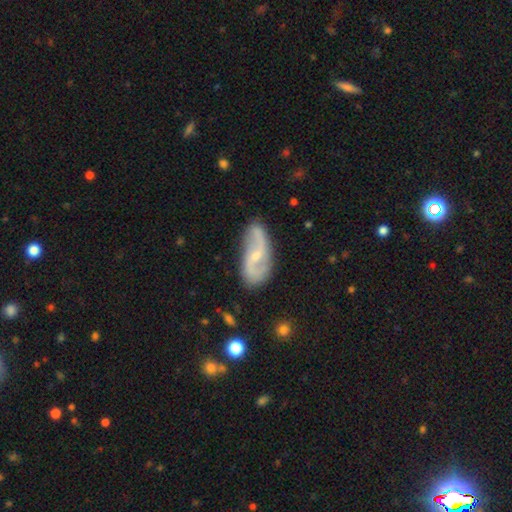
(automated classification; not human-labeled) Smooth or featured? featured or disk (83%)
Edge-on disk? no (95%)
Bar? weak (43%)
Spiral arms? yes (95%)
Spiral winding? loose (60%)
Spiral arm count? 2 (91%)
Bulge size? small (65%)
Merging? none (77%)